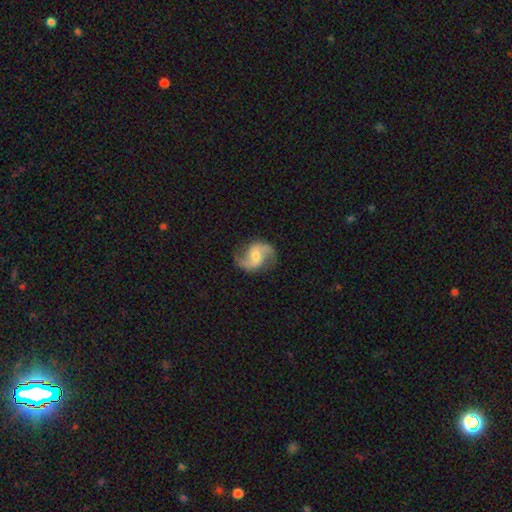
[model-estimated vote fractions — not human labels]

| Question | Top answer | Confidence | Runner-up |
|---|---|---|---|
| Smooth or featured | featured or disk | 87% | smooth (8%) |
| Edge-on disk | no | 98% | yes (2%) |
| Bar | weak | 47% | no (37%) |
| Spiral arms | yes | 97% | no (3%) |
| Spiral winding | loose | 51% | medium (41%) |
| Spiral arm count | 2 | 93% | can't tell (2%) |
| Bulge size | small | 43% | moderate (40%) |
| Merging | none | 80% | minor disturbance (13%) |